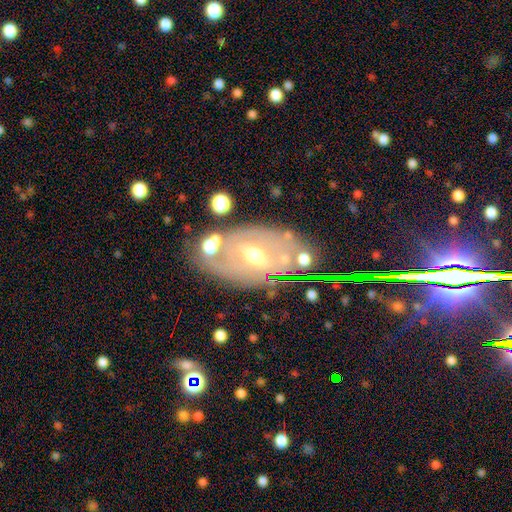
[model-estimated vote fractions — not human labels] Smooth or featured?
  - featured or disk: 68% *
  - smooth: 20%
  - star or artifact: 12%
Edge-on disk?
  - no: 90% *
  - yes: 10%
Bar?
  - no: 41% *
  - weak: 40%
  - strong: 19%
Spiral arms?
  - yes: 57% *
  - no: 43%
Bulge size?
  - moderate: 66% *
  - small: 28%
  - large: 4%
  - none: 1%
  - dominant: 1%
Merging?
  - none: 71% *
  - minor disturbance: 17%
  - major disturbance: 7%
  - merger: 6%